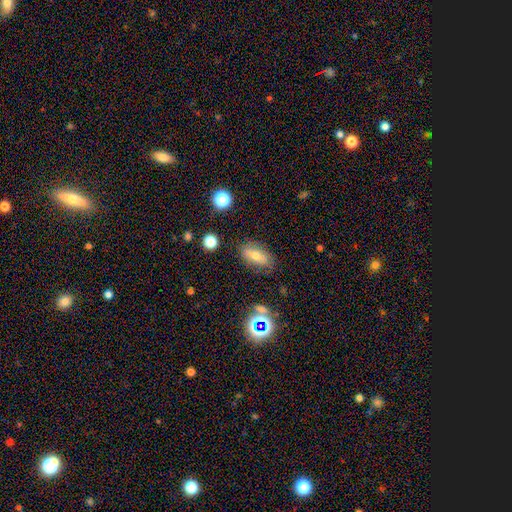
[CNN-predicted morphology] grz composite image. It shows a smooth galaxy with no disk features (60%) that is in between round and cigar-shaped (84%). Merging: none (78%).